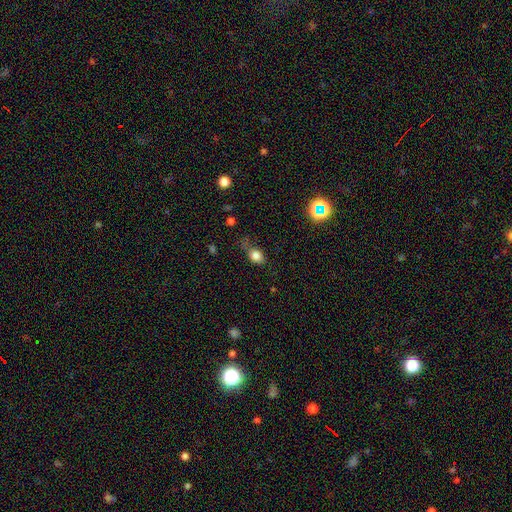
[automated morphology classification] The model was most divided on "merging": none: 57%, minor disturbance: 28%, major disturbance: 11%, merger: 4%. More confident: smooth or featured — smooth (80%); how rounded — in between (65%).